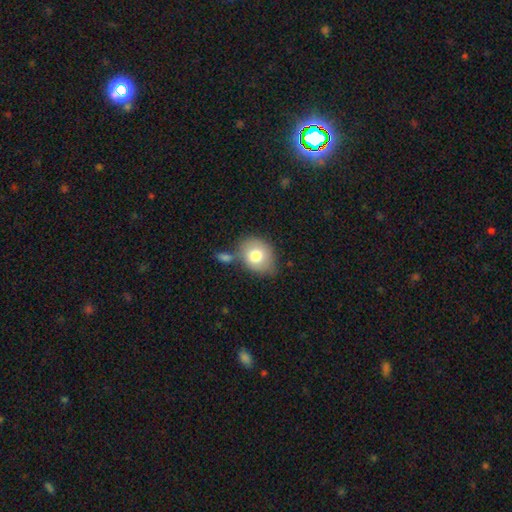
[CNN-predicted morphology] smooth_or_featured: smooth (p=0.77) [alt: featured or disk p=0.15]
how_rounded: round (p=0.56) [alt: in between p=0.43]
merging: none (p=0.53) [alt: minor disturbance p=0.20]